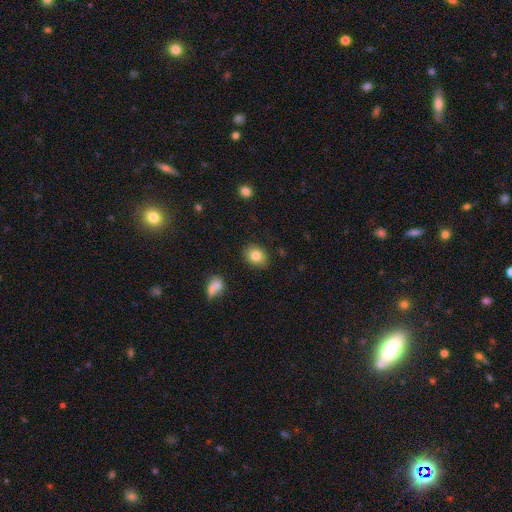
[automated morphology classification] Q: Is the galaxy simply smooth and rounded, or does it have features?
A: smooth — 83%.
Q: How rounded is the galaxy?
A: round — 50%.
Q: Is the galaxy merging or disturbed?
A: none — 86%.